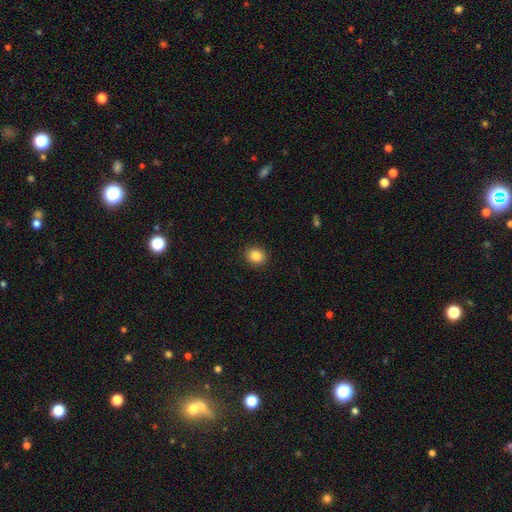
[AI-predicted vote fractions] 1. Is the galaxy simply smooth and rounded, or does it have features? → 86% smooth, 10% star or artifact, 4% featured or disk.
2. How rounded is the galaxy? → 73% round, 26% in between, 1% cigar-shaped.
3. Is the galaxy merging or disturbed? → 91% none, 6% minor disturbance, 2% major disturbance, 1% merger.